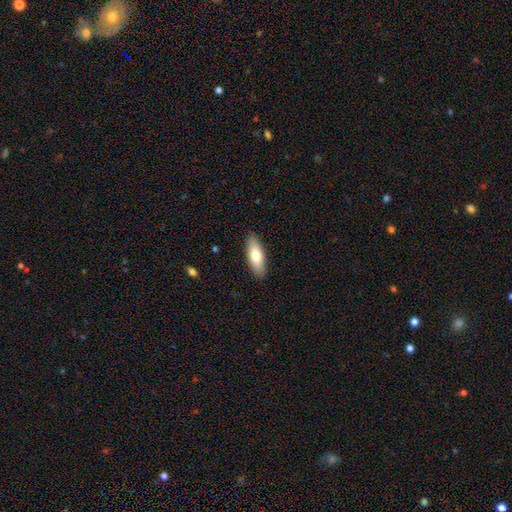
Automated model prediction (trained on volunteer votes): A smooth galaxy with no disk features (73%) that is in between round and cigar-shaped (67%). Merging: none (89%).